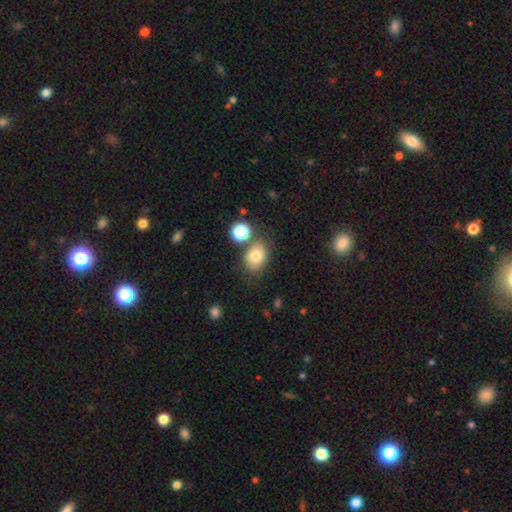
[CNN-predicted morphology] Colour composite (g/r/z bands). It shows a smooth galaxy with no disk features (78%) that is in between round and cigar-shaped (68%). Merging: none (68%).